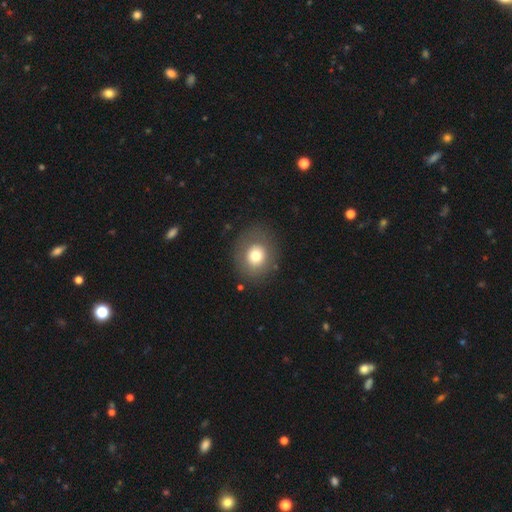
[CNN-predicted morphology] smooth-or-featured: smooth: 71% | featured or disk: 19% | star or artifact: 10%
  how-rounded: round: 72% | in between: 27% | cigar-shaped: 1%
  merging: none: 81% | minor disturbance: 12% | major disturbance: 6% | merger: 2%